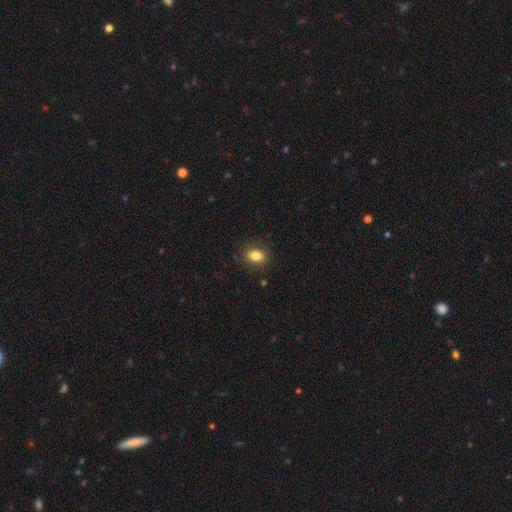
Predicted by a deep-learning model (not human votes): Smooth or featured? Predicted: smooth (p=0.83). How rounded? Predicted: in between (p=0.72). Merging? Predicted: none (p=0.86).